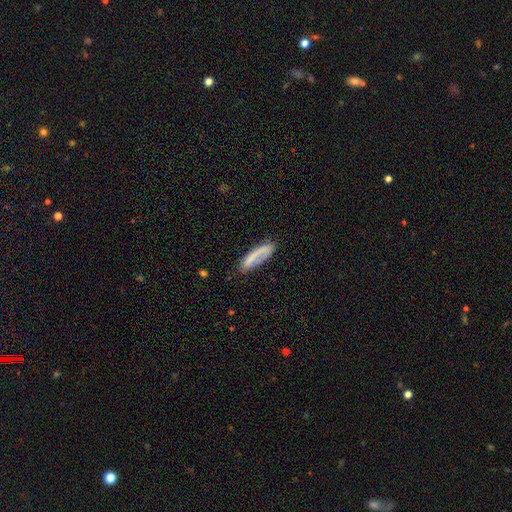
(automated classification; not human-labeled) Smooth or featured? Predicted: smooth (p=0.58). How rounded? Predicted: cigar-shaped (p=0.59). Merging? Predicted: none (p=0.58).